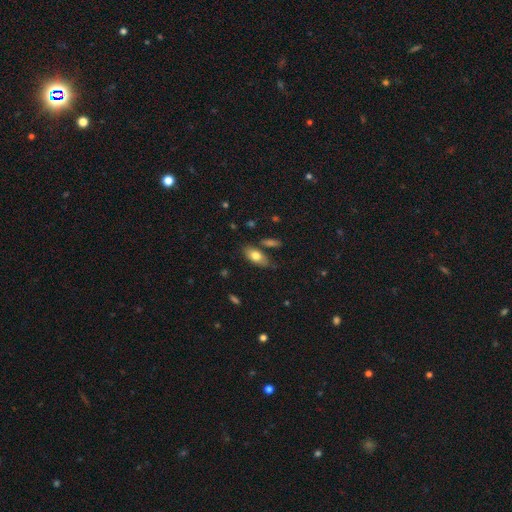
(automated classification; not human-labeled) Q: Smooth or featured?
A: smooth (76%); runner-up: featured or disk (18%)
Q: How rounded?
A: in between (88%); runner-up: cigar-shaped (8%)
Q: Merging?
A: none (72%); runner-up: minor disturbance (16%)